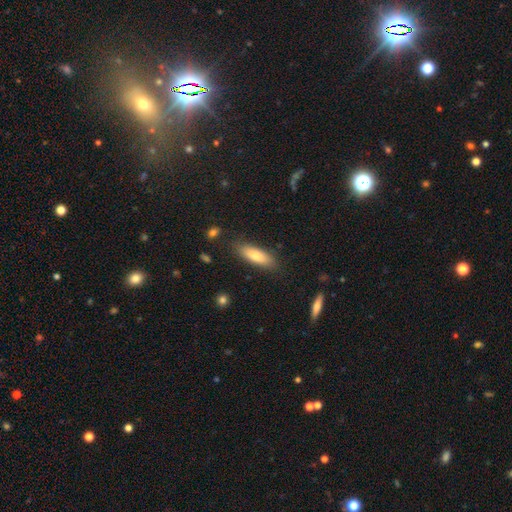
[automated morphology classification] Q: Smooth or featured?
A: smooth (74%); runner-up: featured or disk (19%)
Q: How rounded?
A: in between (50%); runner-up: cigar-shaped (48%)
Q: Merging?
A: none (85%); runner-up: minor disturbance (11%)